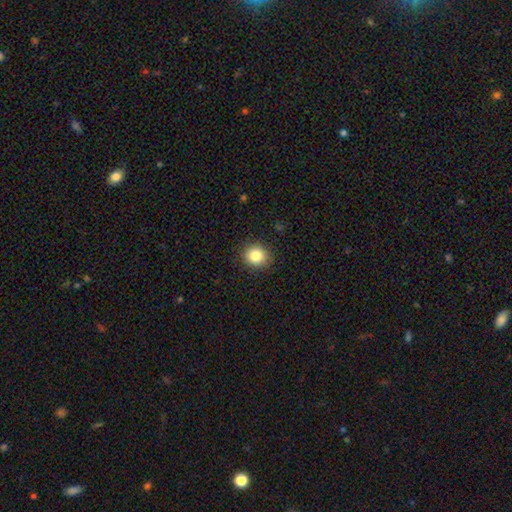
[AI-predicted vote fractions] A smooth galaxy with no disk features (83%) that is round (79%). Merging: none (90%).